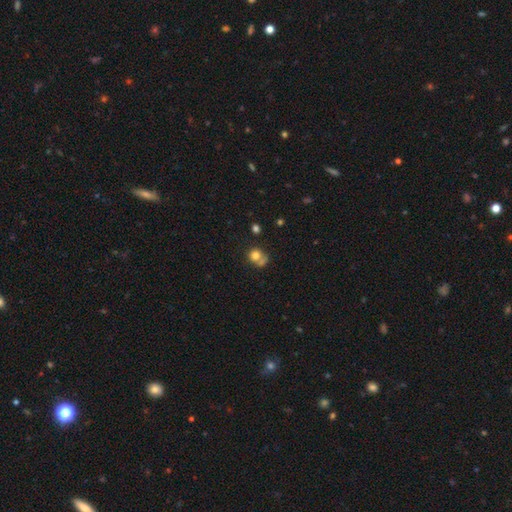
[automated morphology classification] Smooth or featured?
  - smooth: 75% *
  - featured or disk: 14%
  - star or artifact: 11%
How rounded?
  - round: 78% *
  - in between: 21%
  - cigar-shaped: 1%
Merging?
  - none: 40% *
  - merger: 35%
  - minor disturbance: 14%
  - major disturbance: 11%